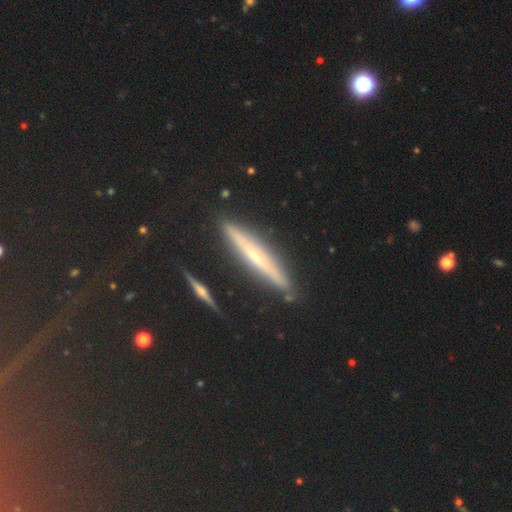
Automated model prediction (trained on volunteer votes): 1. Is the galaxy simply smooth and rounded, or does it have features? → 52% featured or disk, 29% smooth, 20% star or artifact.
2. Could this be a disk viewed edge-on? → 91% yes, 9% no.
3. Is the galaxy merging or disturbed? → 86% none, 9% minor disturbance, 2% major disturbance, 2% merger.